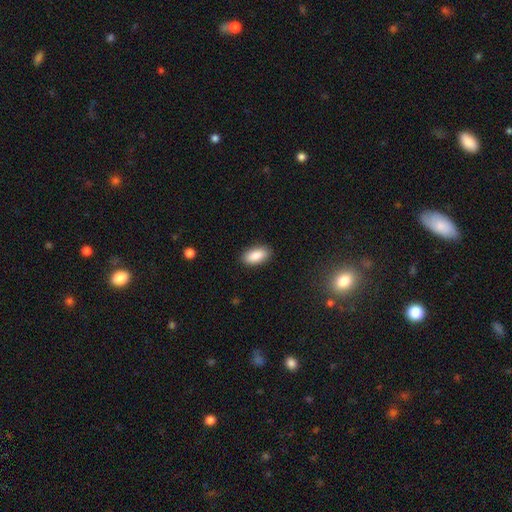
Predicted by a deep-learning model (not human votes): This is clearly a smooth galaxy (88%). How rounded: clearly in between (91%). Merging: clearly none (88%).